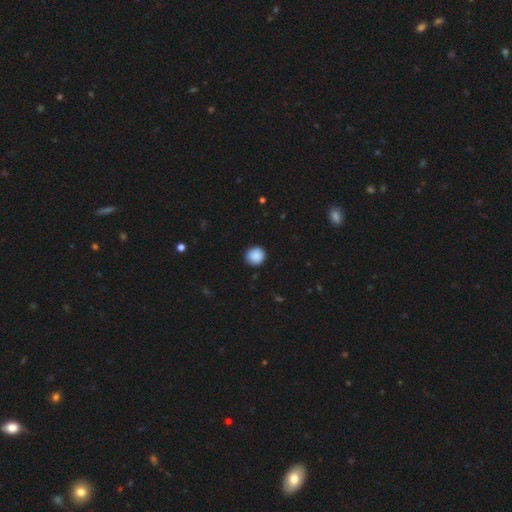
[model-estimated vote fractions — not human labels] This is clearly a smooth galaxy (89%). How rounded: clearly round (91%). Merging: clearly none (90%).